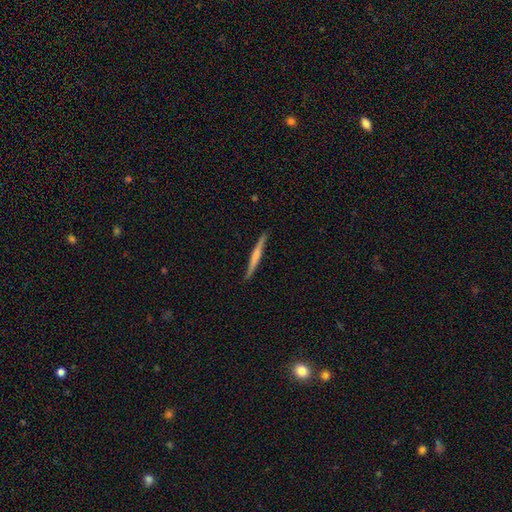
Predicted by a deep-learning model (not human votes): Smooth or featured? featured or disk (49%)
Merging? none (86%)